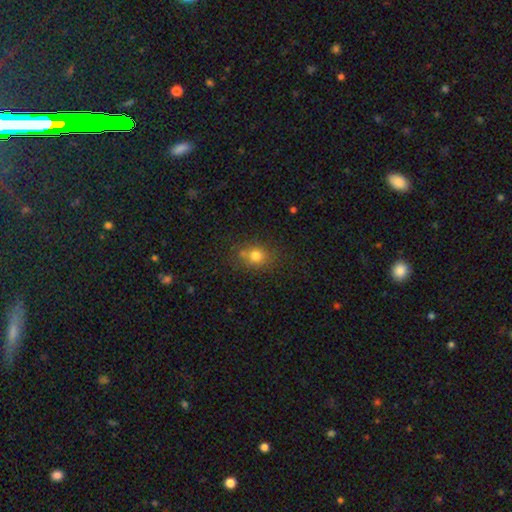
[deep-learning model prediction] Smooth or featured?
  - smooth: 77% *
  - star or artifact: 14%
  - featured or disk: 9%
How rounded?
  - round: 64% *
  - in between: 35%
  - cigar-shaped: 1%
Merging?
  - none: 71% *
  - minor disturbance: 16%
  - merger: 8%
  - major disturbance: 5%